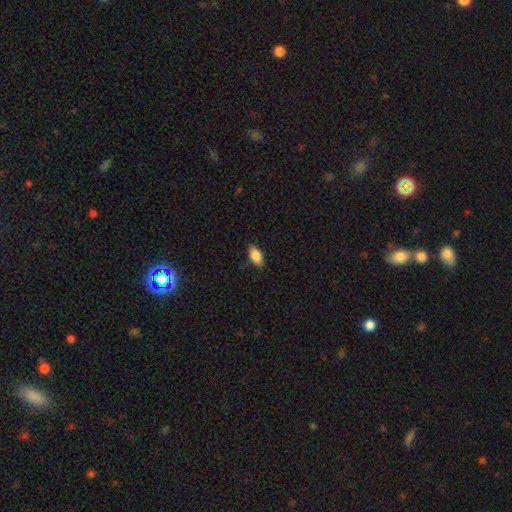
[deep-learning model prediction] A smooth galaxy with no disk features (85%) that is in between round and cigar-shaped (88%). Merging: none (85%).